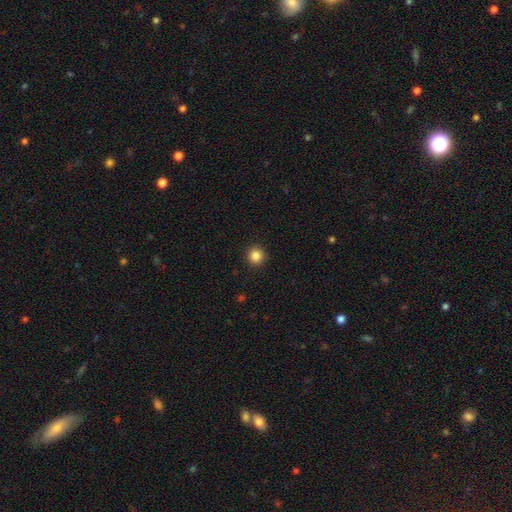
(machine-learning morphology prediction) smooth-or-featured: smooth: 85% | star or artifact: 11% | featured or disk: 4%
  how-rounded: round: 95% | in between: 4% | cigar-shaped: 1%
  merging: none: 93% | minor disturbance: 5% | major disturbance: 2% | merger: 1%